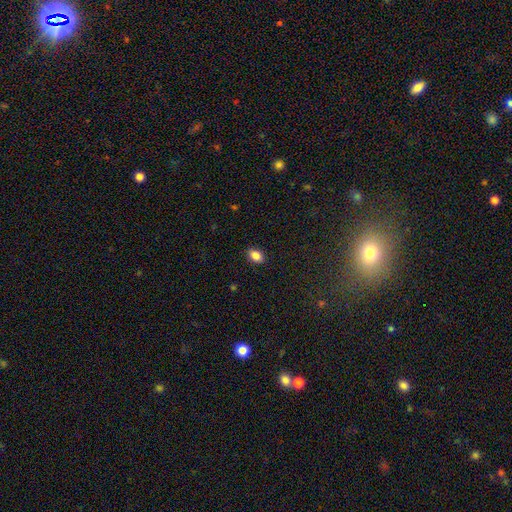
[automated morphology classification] Overall: smooth (86%). How rounded: in between (84%). Merging: none (88%).